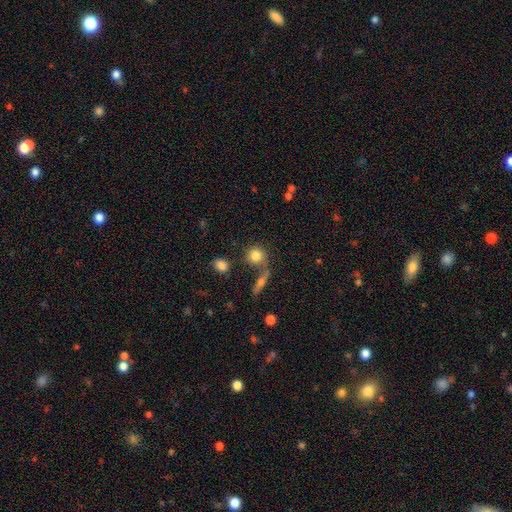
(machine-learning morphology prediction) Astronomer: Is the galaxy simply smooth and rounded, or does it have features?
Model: smooth — 79%.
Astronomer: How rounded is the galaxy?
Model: round — 84%.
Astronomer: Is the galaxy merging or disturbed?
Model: none — 61%.